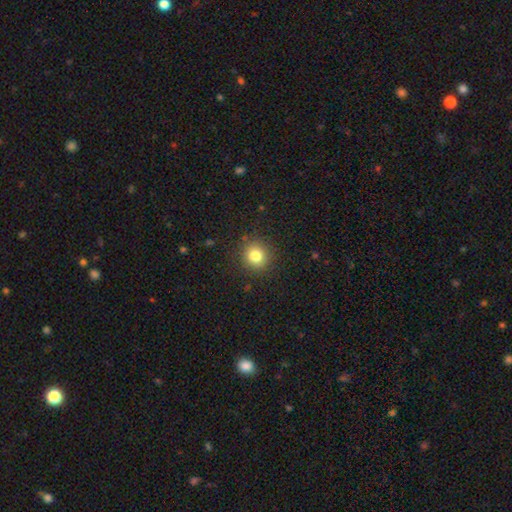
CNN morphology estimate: smooth 81%, star or artifact 12%, featured or disk 7%. Down the decision tree: how rounded — round (89%); merging — none (89%).